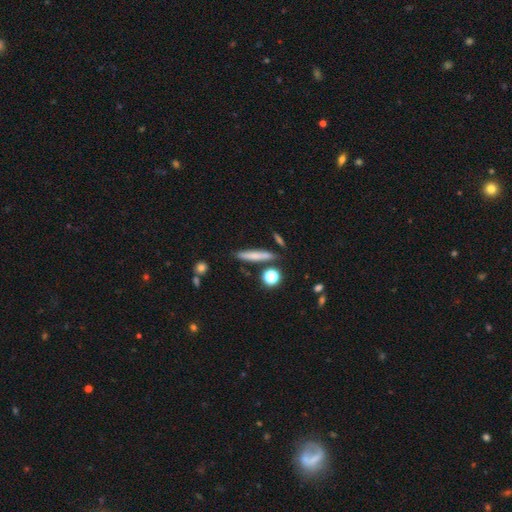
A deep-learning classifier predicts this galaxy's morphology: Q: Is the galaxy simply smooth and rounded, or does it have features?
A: smooth — 69%.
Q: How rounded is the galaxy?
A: cigar-shaped — 86%.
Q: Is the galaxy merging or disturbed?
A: none — 82%.